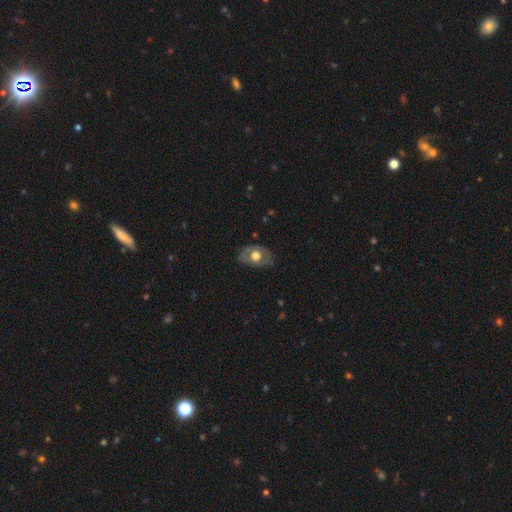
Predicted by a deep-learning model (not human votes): smooth-or-featured: smooth: 48% | featured or disk: 45% | star or artifact: 7%
  merging: none: 71% | minor disturbance: 22% | major disturbance: 6% | merger: 1%